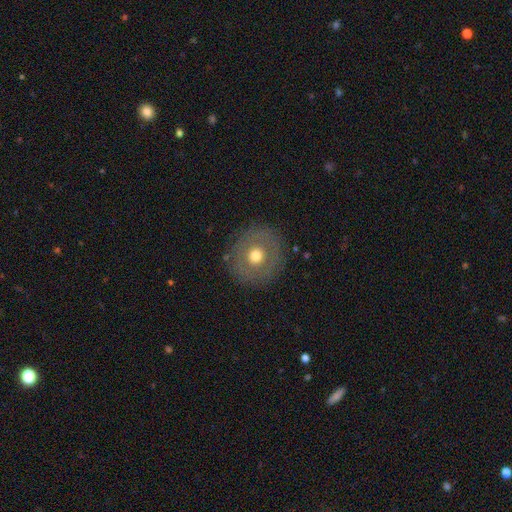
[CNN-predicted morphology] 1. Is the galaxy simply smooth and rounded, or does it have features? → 56% smooth, 35% featured or disk, 9% star or artifact.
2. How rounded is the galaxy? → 90% round, 9% in between, 1% cigar-shaped.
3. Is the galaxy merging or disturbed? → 85% none, 9% minor disturbance, 5% major disturbance, 1% merger.